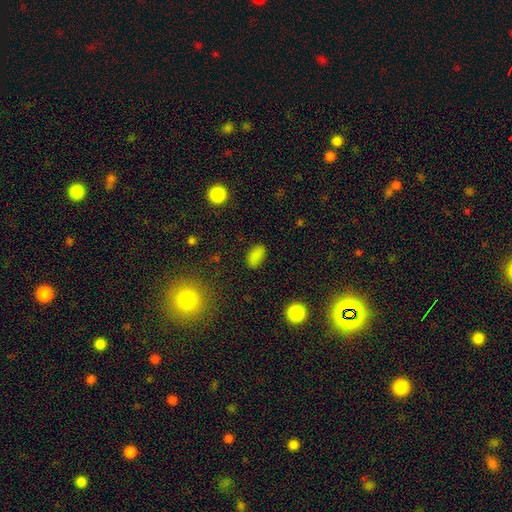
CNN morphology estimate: This appears to be a smooth galaxy with no disk features (83%) that is in between round and cigar-shaped (92%). Merging: none (84%).